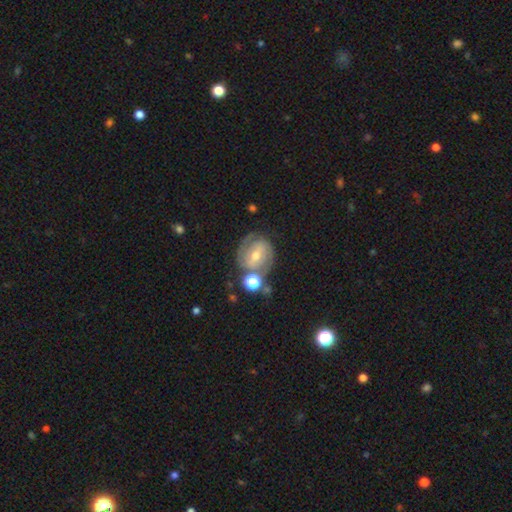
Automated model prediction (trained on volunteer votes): This is likely a featured or disk galaxy (71%). It is clearly not viewed edge-on (97%). Bar: possibly weak (48%). Spiral arm pattern: clearly yes (87%). Spiral arm count: likely 2 (69%). Spiral winding: possibly tight (52%). Central bulge: possibly moderate (60%). Merging: possibly none (60%).